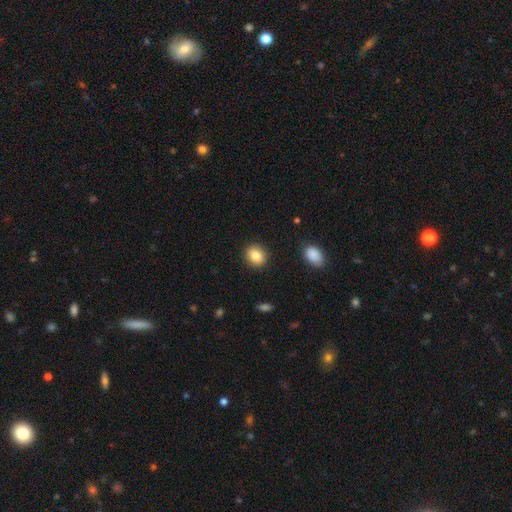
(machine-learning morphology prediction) Overall: smooth (84%). How rounded: round (70%). Merging: none (90%).